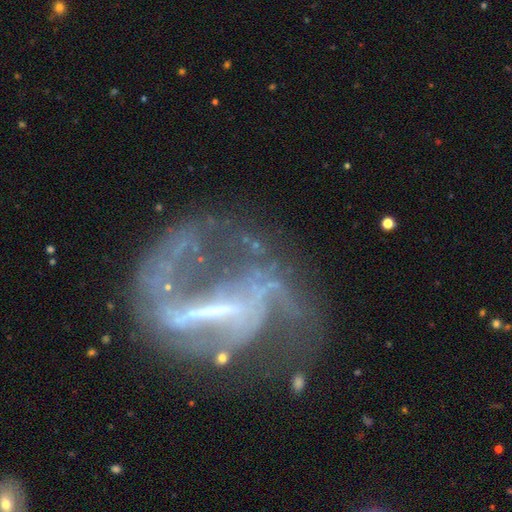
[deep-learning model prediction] Smooth or featured: featured or disk — 79% (star or artifact — 12%)
Edge-on disk: no — 94% (yes — 6%)
Bar: strong — 55% (weak — 28%)
Spiral arms: yes — 70% (no — 30%)
Spiral winding: loose — 49% (medium — 34%)
Spiral arm count: 2 — 43% (can't tell — 27%)
Bulge size: none — 39% (small — 38%)
Merging: major disturbance — 39% (none — 38%)